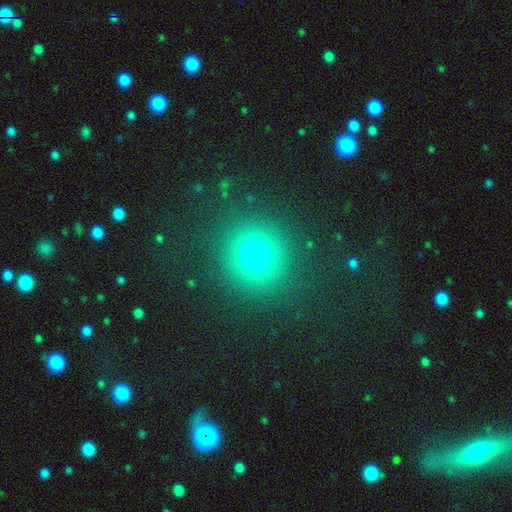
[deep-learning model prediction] Morphology: type=smooth (72%); roundness=round (88%); merging=none (87%).